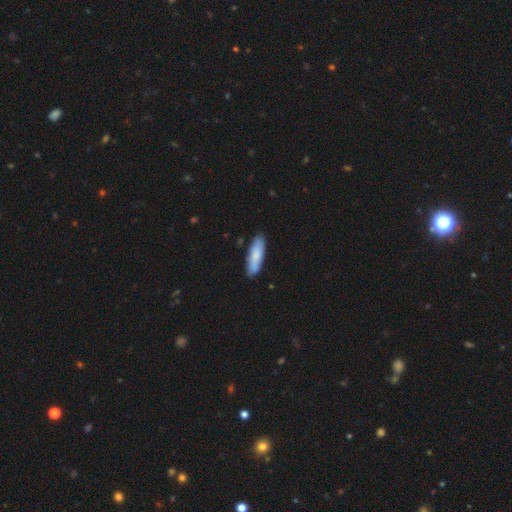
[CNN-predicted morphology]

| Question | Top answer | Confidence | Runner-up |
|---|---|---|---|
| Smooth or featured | smooth | 80% | featured or disk (15%) |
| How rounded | cigar-shaped | 56% | in between (42%) |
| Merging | none | 84% | minor disturbance (13%) |